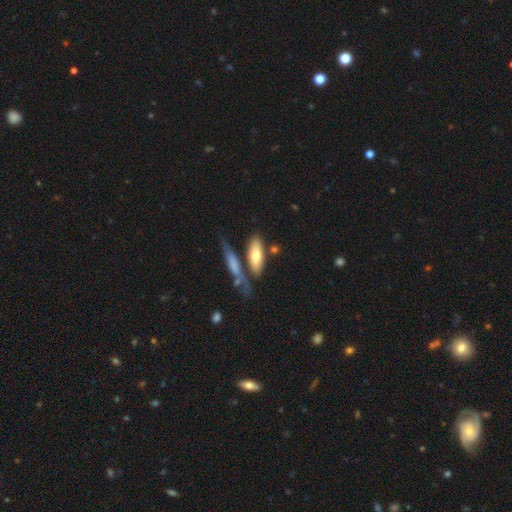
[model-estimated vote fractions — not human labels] Q: Smooth or featured?
A: smooth (68%); runner-up: featured or disk (27%)
Q: How rounded?
A: in between (61%); runner-up: cigar-shaped (37%)
Q: Merging?
A: none (53%); runner-up: merger (25%)